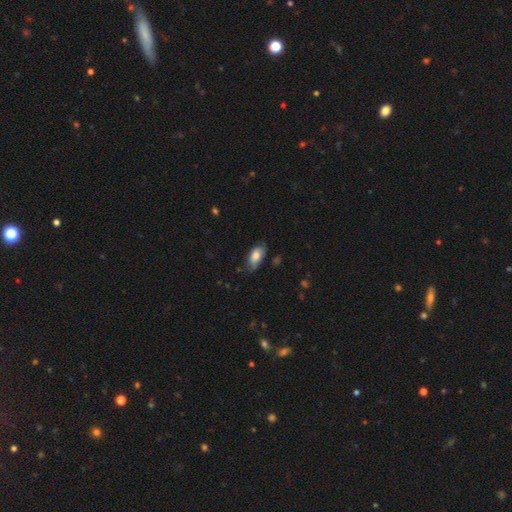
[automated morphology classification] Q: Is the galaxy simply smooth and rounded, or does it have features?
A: smooth — 78%.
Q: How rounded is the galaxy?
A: in between — 92%.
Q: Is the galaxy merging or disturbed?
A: none — 66%.